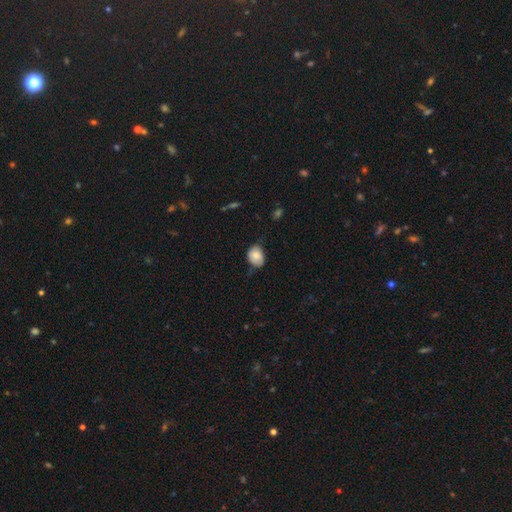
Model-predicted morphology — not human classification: type=smooth (78%); roundness=in between (63%); merging=none (54%).